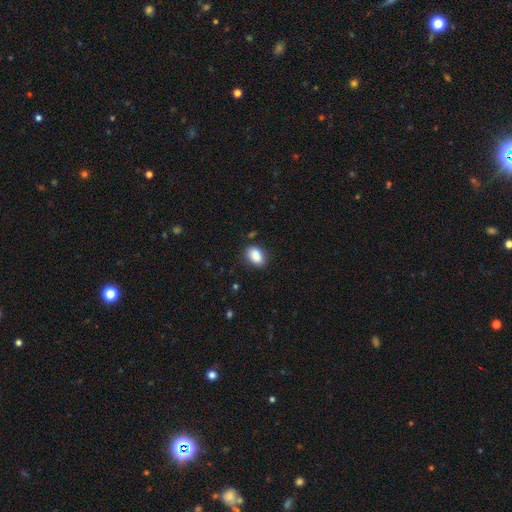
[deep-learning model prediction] smooth-or-featured: smooth: 88% | star or artifact: 8% | featured or disk: 4%
  how-rounded: in between: 87% | round: 11% | cigar-shaped: 2%
  merging: none: 81% | minor disturbance: 15% | major disturbance: 3% | merger: 2%